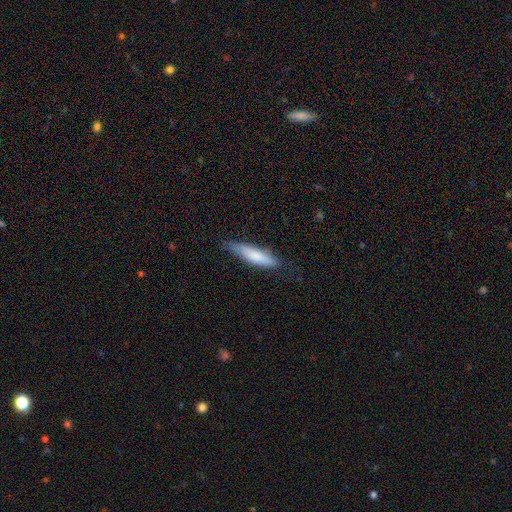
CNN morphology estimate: Q: Smooth or featured?
A: smooth (76%); runner-up: featured or disk (19%)
Q: How rounded?
A: cigar-shaped (75%); runner-up: in between (24%)
Q: Merging?
A: none (67%); runner-up: minor disturbance (26%)